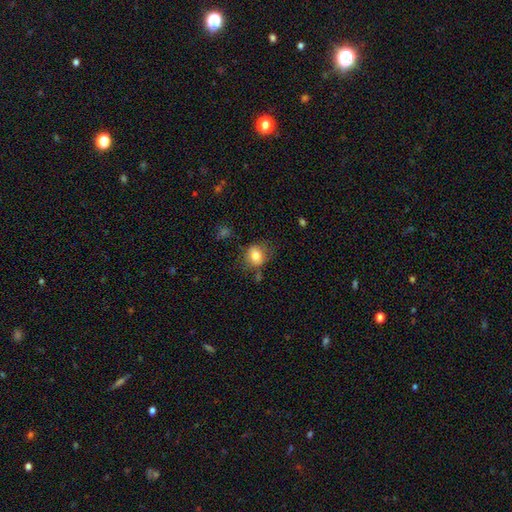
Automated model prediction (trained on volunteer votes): This appears to be a smooth galaxy with no disk features (78%) that is round (64%). Merging: none (67%).